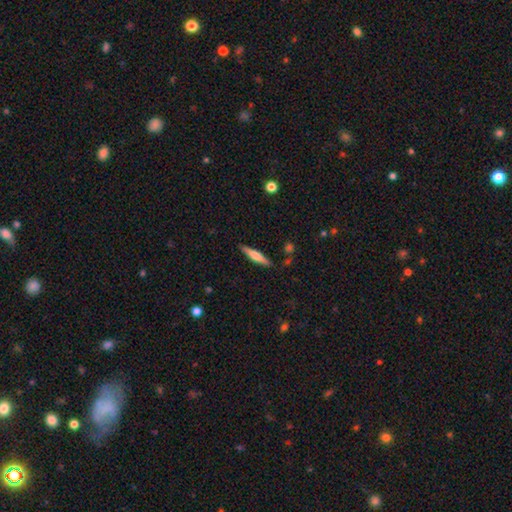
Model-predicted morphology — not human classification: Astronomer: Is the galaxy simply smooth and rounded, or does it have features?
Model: smooth — 50% (runner-up: featured or disk, 44%).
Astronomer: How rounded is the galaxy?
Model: cigar-shaped — 86%.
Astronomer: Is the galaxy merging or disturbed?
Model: none — 88%.